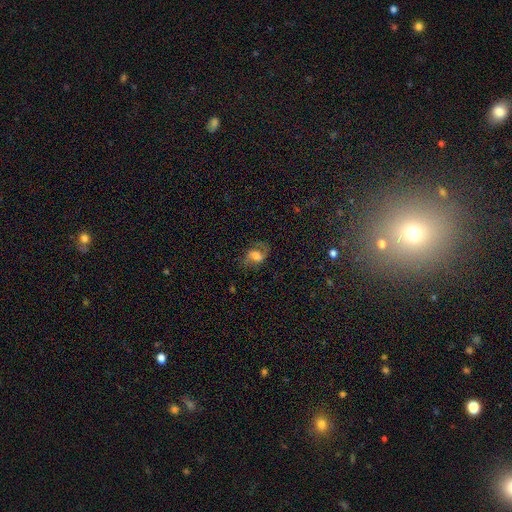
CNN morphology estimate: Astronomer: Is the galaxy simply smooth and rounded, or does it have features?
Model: featured or disk — 45% (runner-up: smooth, 43%).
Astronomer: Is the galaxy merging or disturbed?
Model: none — 60%.